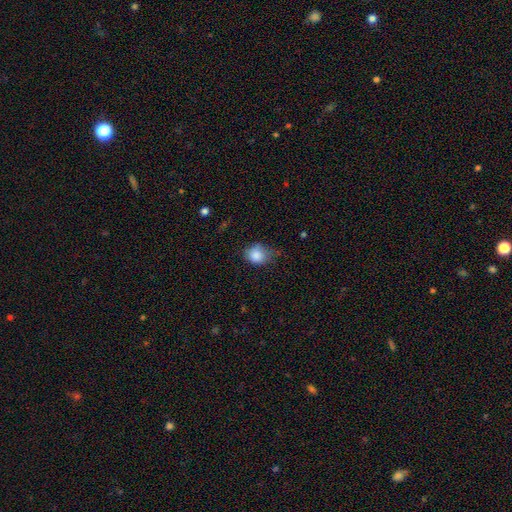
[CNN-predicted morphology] Overall: smooth (85%). How rounded: round (58%; in between 41%). Merging: none (49%; minor disturbance 38%).